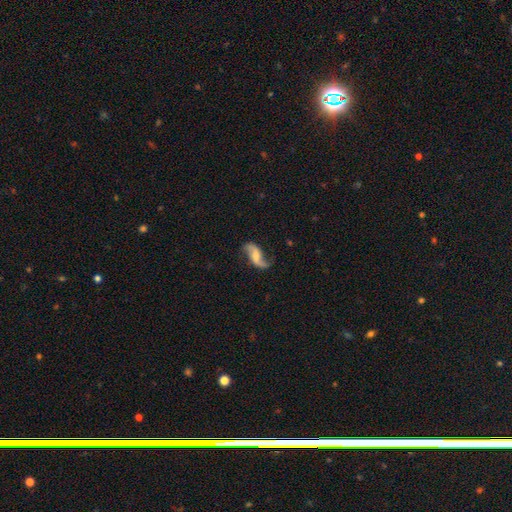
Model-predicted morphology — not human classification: type=featured or disk (83%); edge-on=no (96%); bar=no (42%); spiral arms=yes (96%); winding=loose (83%); arm count=2 (92%); bulge=moderate (39%, tied with small); merging=none (74%).